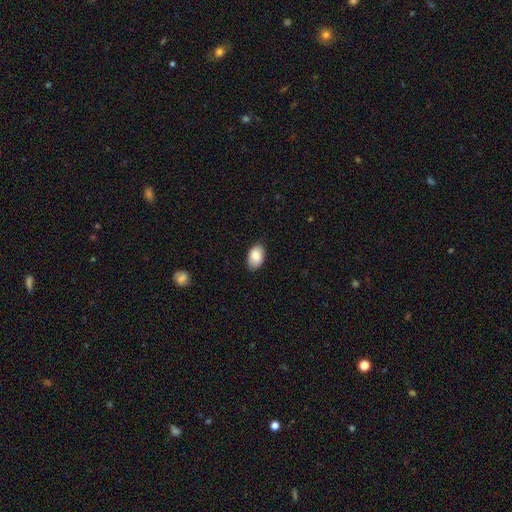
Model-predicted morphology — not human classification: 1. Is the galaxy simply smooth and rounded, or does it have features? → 85% smooth, 8% featured or disk, 7% star or artifact.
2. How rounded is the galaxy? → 91% in between, 8% round, 1% cigar-shaped.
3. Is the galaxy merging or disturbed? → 83% none, 14% minor disturbance, 2% major disturbance, 1% merger.